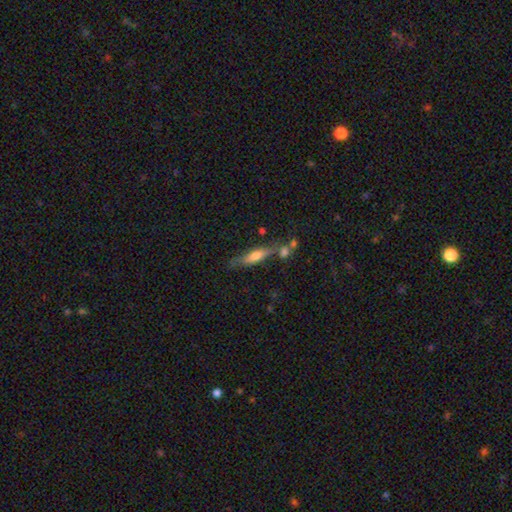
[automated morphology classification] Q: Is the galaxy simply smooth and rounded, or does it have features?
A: smooth — 48%.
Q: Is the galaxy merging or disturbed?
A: none — 60%.